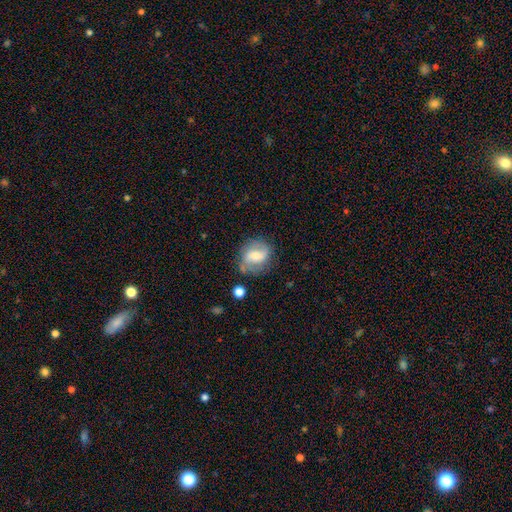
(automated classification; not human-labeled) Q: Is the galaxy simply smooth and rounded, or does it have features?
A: featured or disk — 60%.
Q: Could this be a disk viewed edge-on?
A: no — 97%.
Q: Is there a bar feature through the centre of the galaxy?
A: weak — 48%.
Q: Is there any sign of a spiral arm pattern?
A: yes — 84%.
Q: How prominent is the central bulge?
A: moderate — 47%.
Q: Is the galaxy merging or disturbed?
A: none — 67%.